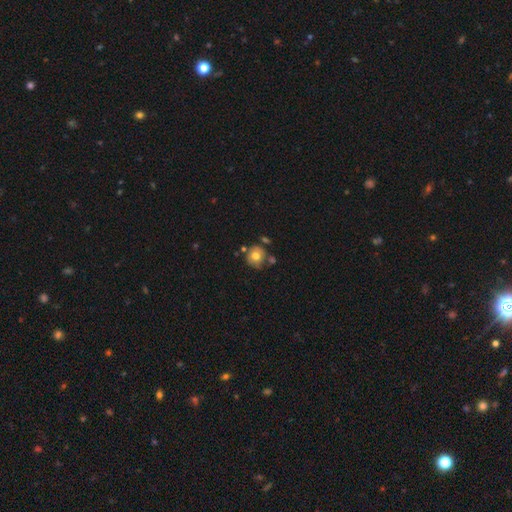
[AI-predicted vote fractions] This appears to be a smooth galaxy with no disk features (69%) that is round (86%). Merging: none (59%).